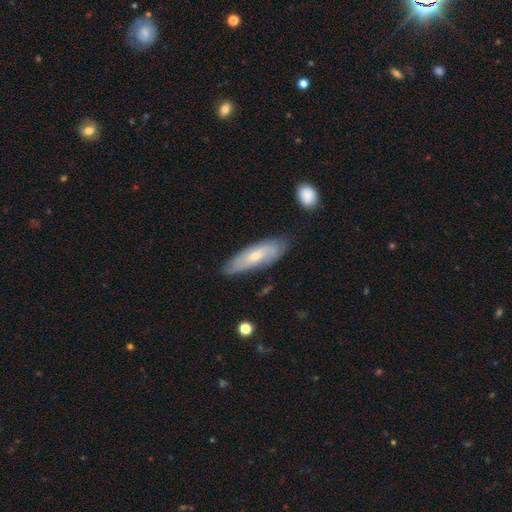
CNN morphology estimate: smooth 56%, featured or disk 38%, star or artifact 6%. Down the decision tree: how rounded — in between (49%, tied with cigar-shaped); merging — none (75%).